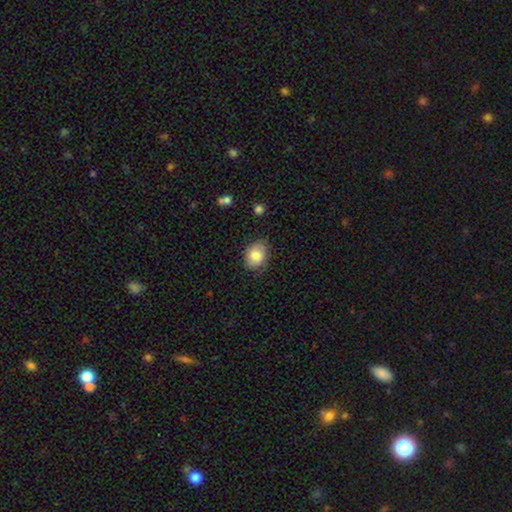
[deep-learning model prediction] smooth 81%, featured or disk 12%, star or artifact 8%. Down the decision tree: how rounded — in between (68%); merging — none (77%).